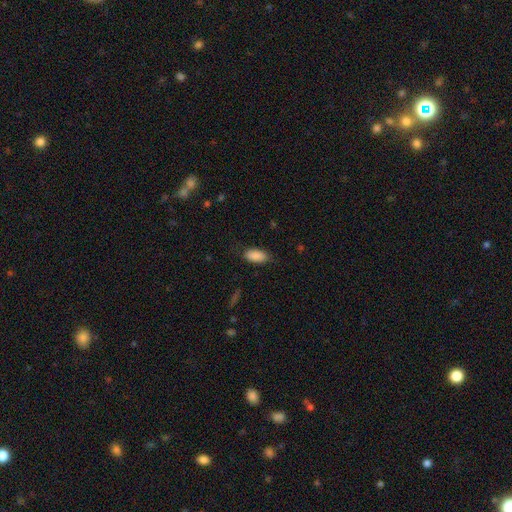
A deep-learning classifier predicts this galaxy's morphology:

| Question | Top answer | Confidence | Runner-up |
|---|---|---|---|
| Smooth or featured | smooth | 89% | star or artifact (7%) |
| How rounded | in between | 92% | cigar-shaped (6%) |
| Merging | none | 80% | minor disturbance (15%) |